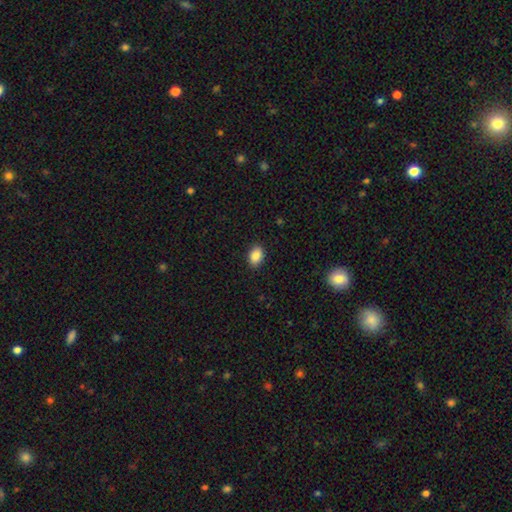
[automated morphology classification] This appears to be a smooth galaxy with no disk features (87%) that is in between round and cigar-shaped (81%). Merging: none (89%).